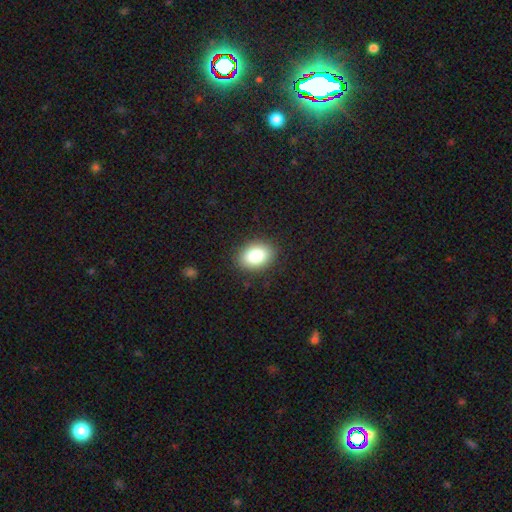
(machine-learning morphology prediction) smooth_or_featured: smooth (p=0.84) [alt: star or artifact p=0.08]
how_rounded: in between (p=0.79) [alt: round p=0.19]
merging: none (p=0.88) [alt: minor disturbance p=0.09]